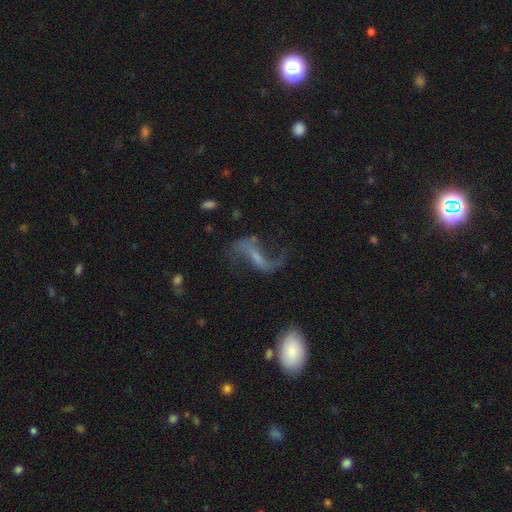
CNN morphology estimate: A featured or disk galaxy (81%) with a weak bar (40%), 2 (89%) loose (88%) spiral arms (91%) and a small central bulge (44%).

Vote fractions:
- Smooth or featured? featured or disk: 81% / smooth: 10% / star or artifact: 9%
- Edge-on disk? no: 95% / yes: 5%
- Bar? weak: 40% / strong: 38% / no: 22%
- Spiral arms? yes: 91% / no: 9%
- Spiral winding? loose: 88% / medium: 9% / tight: 2%
- Spiral arm count? 2: 89% / 1: 6% / can't tell: 2% / 3: 1% / 4: 1% / more than 4: 1%
- Bulge size? small: 44% / none: 36% / moderate: 16% / large: 3% / dominant: 1%
- Merging? none: 57% / major disturbance: 22% / minor disturbance: 16% / merger: 5%